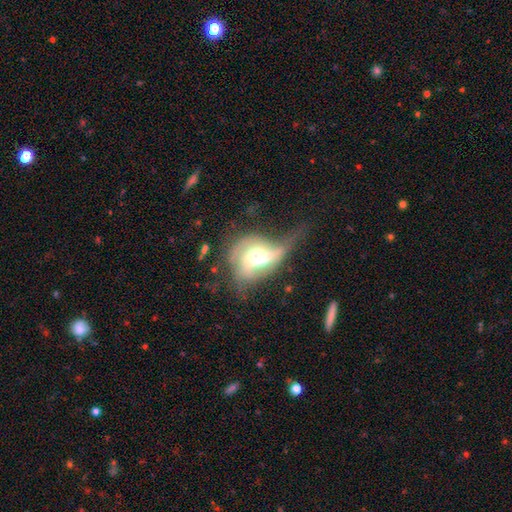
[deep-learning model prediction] The model was most divided on "merging": major disturbance: 47%, none: 20%, minor disturbance: 20%, merger: 13%. More confident: edge-on disk — no (94%); spiral arms — yes (67%); smooth or featured — featured or disk (61%); bar — no (59%); bulge size — moderate (53%).